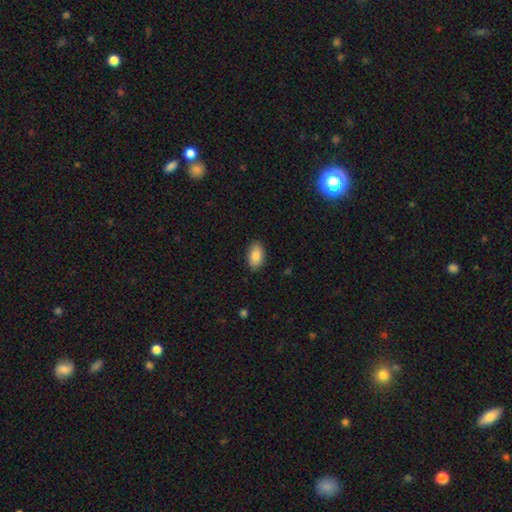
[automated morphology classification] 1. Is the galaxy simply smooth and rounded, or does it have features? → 86% smooth, 7% featured or disk, 7% star or artifact.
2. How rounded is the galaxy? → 93% in between, 5% round, 2% cigar-shaped.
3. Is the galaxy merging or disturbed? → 88% none, 9% minor disturbance, 2% major disturbance, 1% merger.